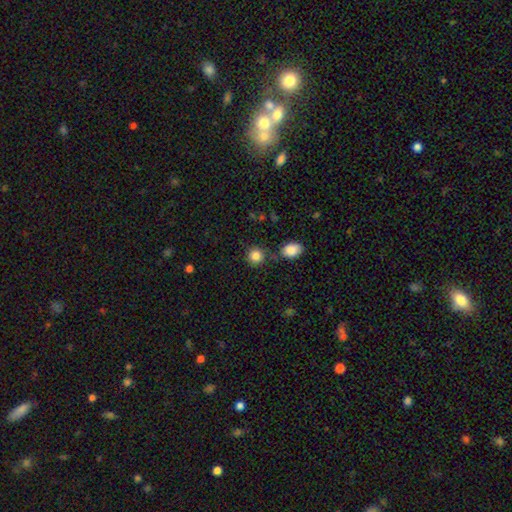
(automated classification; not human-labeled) Smooth or featured? Predicted: smooth (p=0.86). How rounded? Predicted: round (p=0.88). Merging? Predicted: none (p=0.74).